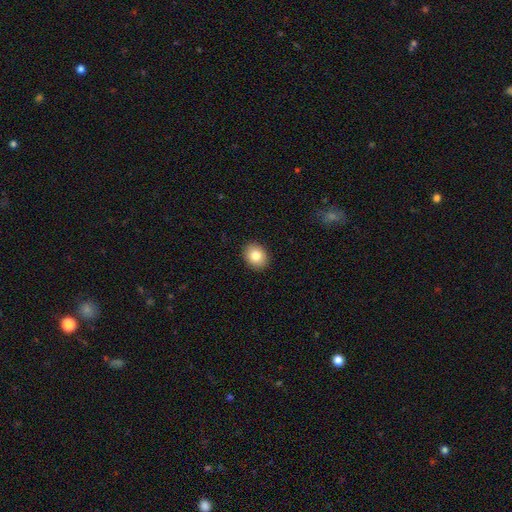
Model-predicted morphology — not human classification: A smooth galaxy with no disk features (82%) that is round (57%).

Vote fractions:
- Smooth or featured? smooth: 82% / featured or disk: 9% / star or artifact: 9%
- How rounded? round: 57% / in between: 42% / cigar-shaped: 1%
- Merging? none: 91% / minor disturbance: 6% / major disturbance: 2% / merger: 1%